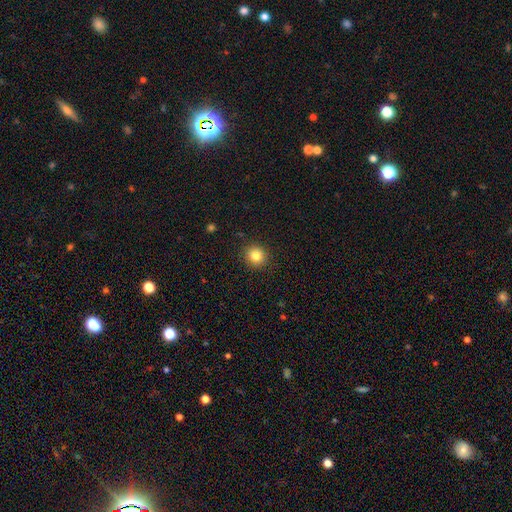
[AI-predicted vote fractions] Smooth or featured? Predicted: smooth (p=0.83). How rounded? Predicted: round (p=0.89). Merging? Predicted: none (p=0.91).